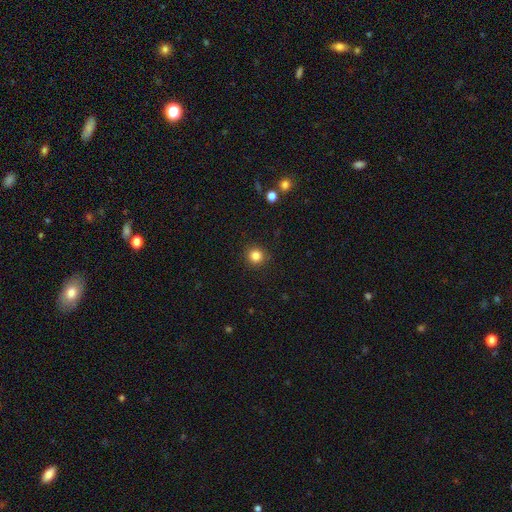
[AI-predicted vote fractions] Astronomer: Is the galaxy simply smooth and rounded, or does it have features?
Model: smooth — 84%.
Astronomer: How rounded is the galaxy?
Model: round — 94%.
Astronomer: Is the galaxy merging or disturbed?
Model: none — 91%.